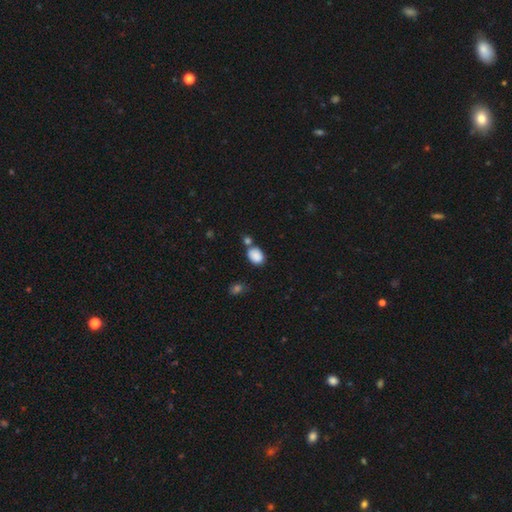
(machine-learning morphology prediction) The model was most divided on "merging": none: 58%, merger: 22%, minor disturbance: 16%, major disturbance: 5%. More confident: smooth or featured — smooth (87%); how rounded — in between (73%).